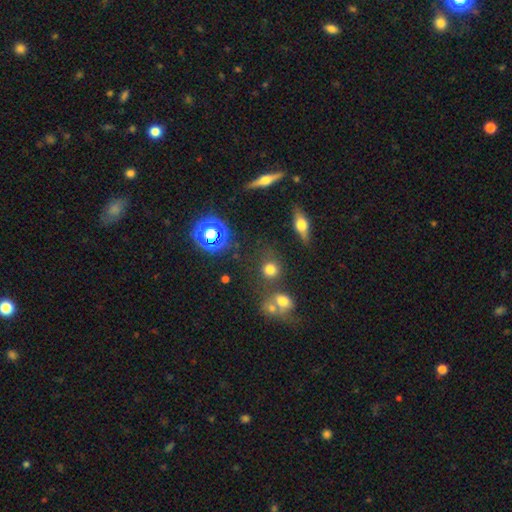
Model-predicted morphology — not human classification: A smooth galaxy with no disk features (46%). Merging: none (55%).